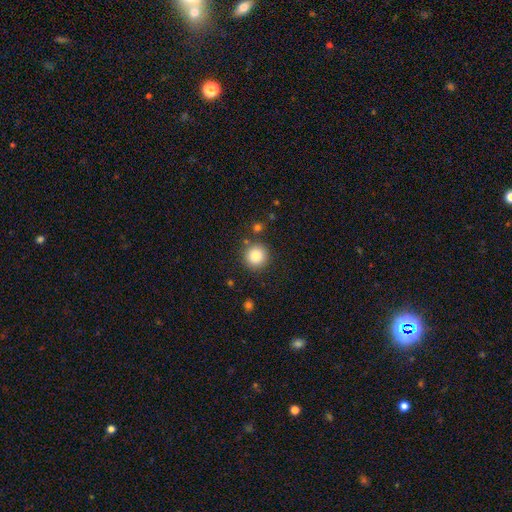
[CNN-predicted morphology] A smooth galaxy with no disk features (83%) that is round (94%). Merging: none (86%).